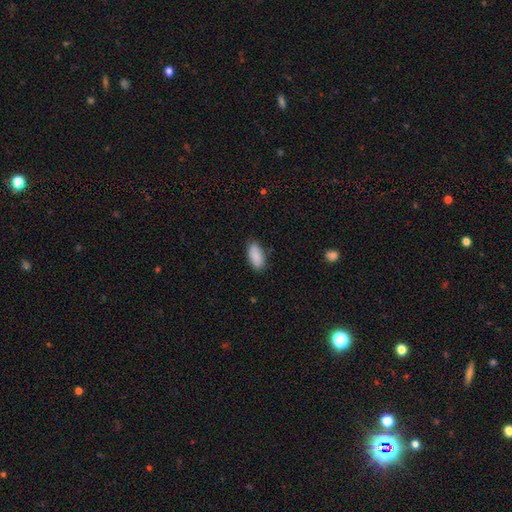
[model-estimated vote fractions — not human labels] Overall: smooth (89%). How rounded: in between (90%). Merging: none (84%).